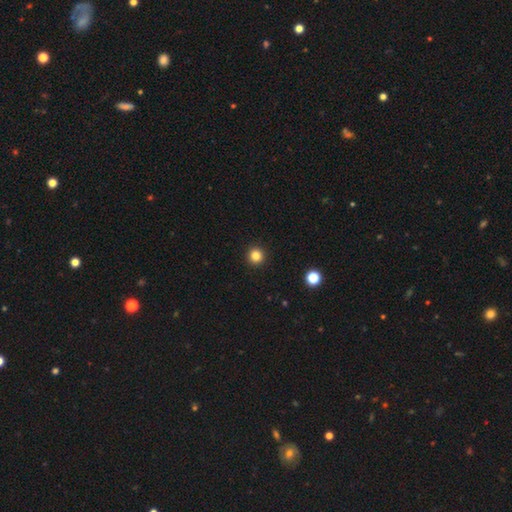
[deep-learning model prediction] Q: Smooth or featured?
A: smooth (83%); runner-up: star or artifact (13%)
Q: How rounded?
A: round (96%); runner-up: in between (3%)
Q: Merging?
A: none (94%); runner-up: minor disturbance (4%)